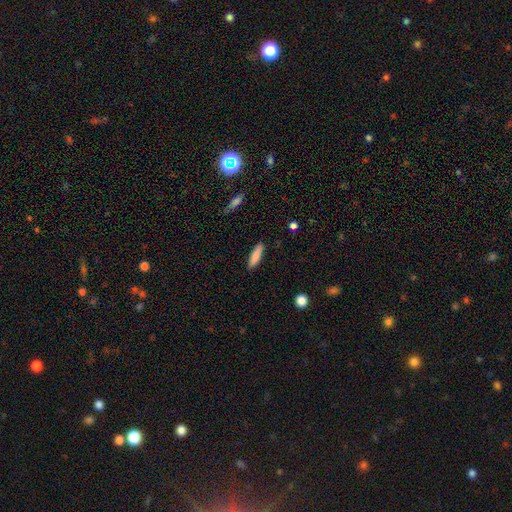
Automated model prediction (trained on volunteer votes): Smooth or featured?
  - smooth: 84% *
  - featured or disk: 9%
  - star or artifact: 6%
How rounded?
  - cigar-shaped: 72% *
  - in between: 27%
  - round: 2%
Merging?
  - none: 88% *
  - minor disturbance: 9%
  - major disturbance: 2%
  - merger: 1%